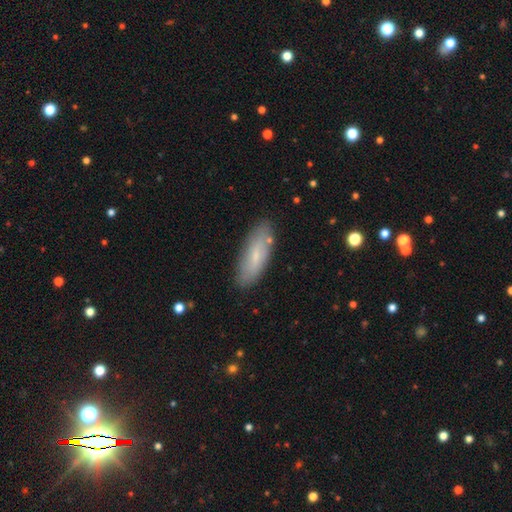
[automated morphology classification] smooth-or-featured: smooth: 65% | featured or disk: 28% | star or artifact: 7%
  how-rounded: in between: 61% | cigar-shaped: 37% | round: 2%
  merging: none: 81% | minor disturbance: 14% | major disturbance: 3% | merger: 2%